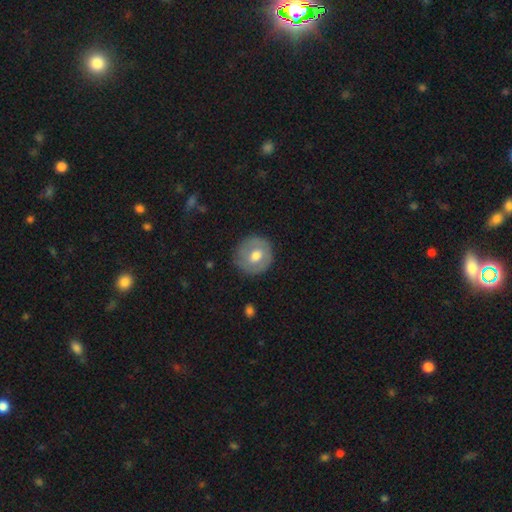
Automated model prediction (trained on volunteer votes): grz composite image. It shows a smooth galaxy with no disk features (53%) that is round (89%). Merging: none (82%).